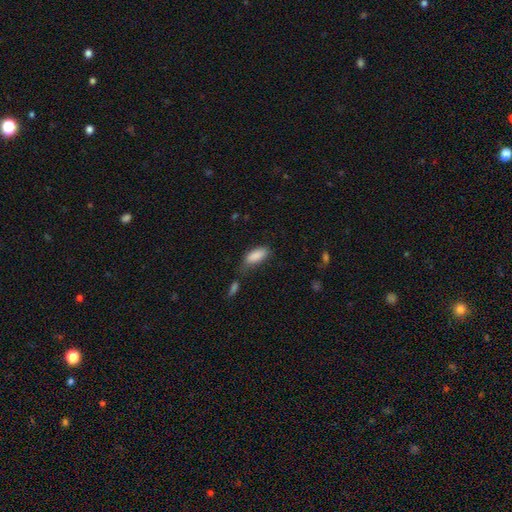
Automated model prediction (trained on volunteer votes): This is clearly a smooth galaxy (87%). How rounded: clearly in between (83%). Merging: possibly none (49%).